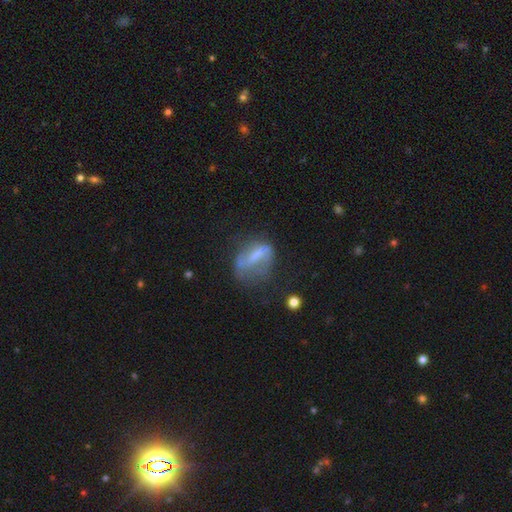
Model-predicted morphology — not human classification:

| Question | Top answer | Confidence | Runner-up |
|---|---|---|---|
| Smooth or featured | featured or disk | 52% | smooth (37%) |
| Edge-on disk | no | 85% | yes (15%) |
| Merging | none | 40% | major disturbance (29%) |